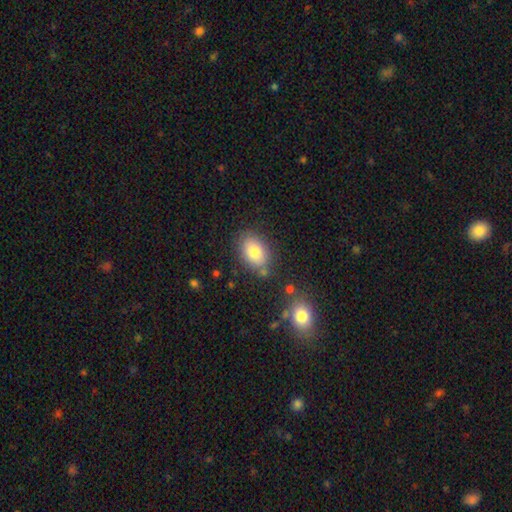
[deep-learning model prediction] smooth_or_featured: smooth (p=0.81) [alt: featured or disk p=0.11]
how_rounded: in between (p=0.82) [alt: round p=0.17]
merging: none (p=0.78) [alt: minor disturbance p=0.13]